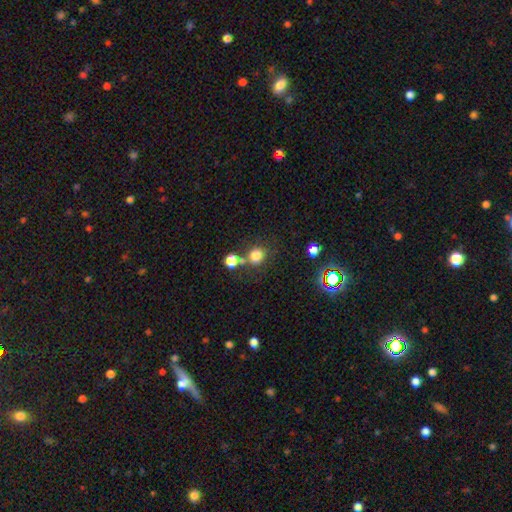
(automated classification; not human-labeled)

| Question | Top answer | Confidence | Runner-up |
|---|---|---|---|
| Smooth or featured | smooth | 78% | star or artifact (15%) |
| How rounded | round | 81% | in between (18%) |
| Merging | none | 64% | merger (20%) |